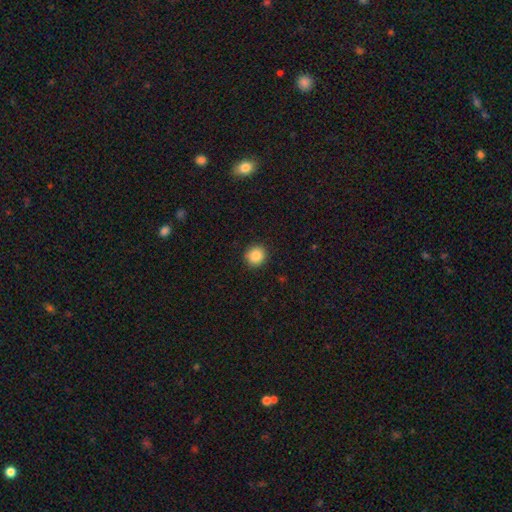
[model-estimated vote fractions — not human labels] smooth 87%, star or artifact 9%, featured or disk 4%. Down the decision tree: how rounded — round (89%); merging — none (92%).